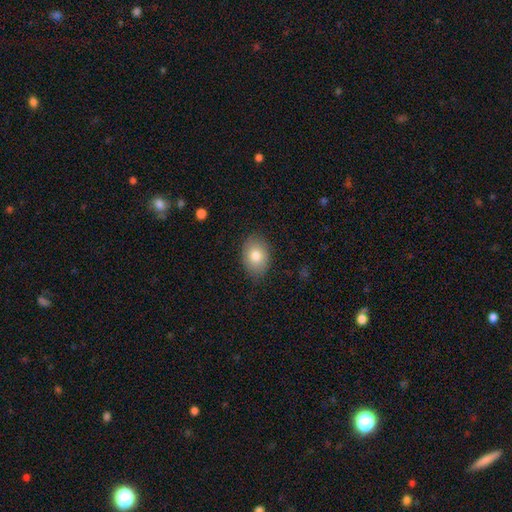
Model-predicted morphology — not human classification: A smooth galaxy with no disk features (79%) that is in between round and cigar-shaped (77%). Merging: none (82%).